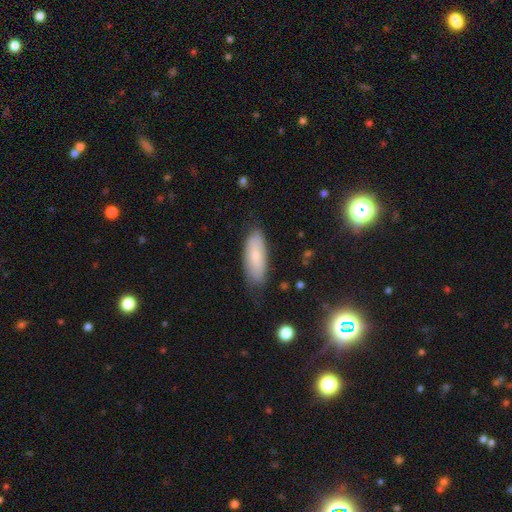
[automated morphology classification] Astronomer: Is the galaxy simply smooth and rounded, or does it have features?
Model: smooth — 67%.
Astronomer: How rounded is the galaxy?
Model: in between — 72%.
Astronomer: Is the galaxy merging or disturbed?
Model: none — 73%.